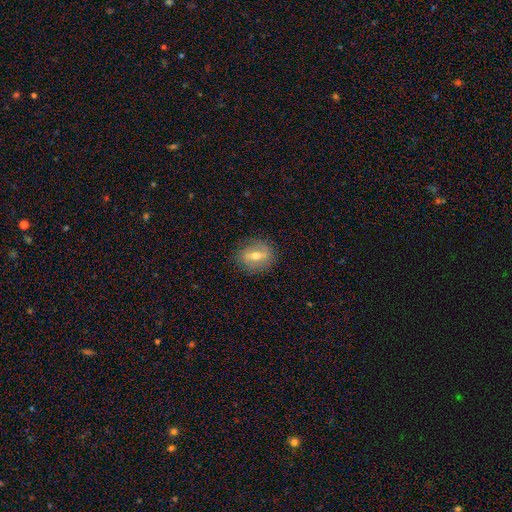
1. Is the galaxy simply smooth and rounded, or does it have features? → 58% featured or disk, 39% smooth, 3% star or artifact.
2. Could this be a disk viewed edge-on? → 90% no, 10% yes.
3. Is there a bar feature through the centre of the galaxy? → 53% weak, 42% strong, 5% no.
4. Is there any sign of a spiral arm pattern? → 68% no, 32% yes.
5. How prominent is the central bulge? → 89% moderate, 5% dominant, 5% small, 0% large, 0% none.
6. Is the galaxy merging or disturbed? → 86% none, 9% minor disturbance, 6% major disturbance, 0% merger.